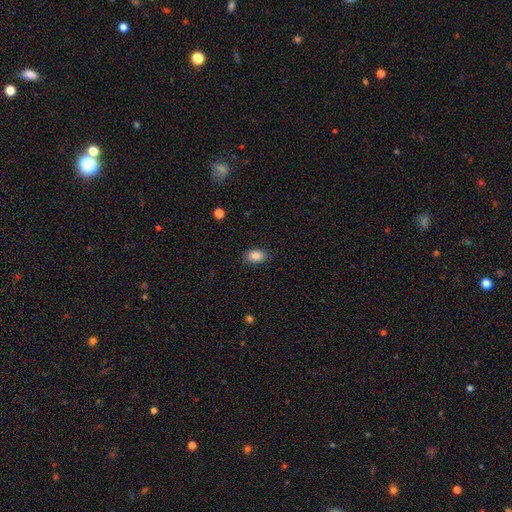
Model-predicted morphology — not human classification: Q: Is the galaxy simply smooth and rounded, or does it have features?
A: smooth — 88%.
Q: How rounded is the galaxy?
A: in between — 87%.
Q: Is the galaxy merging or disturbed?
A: none — 86%.